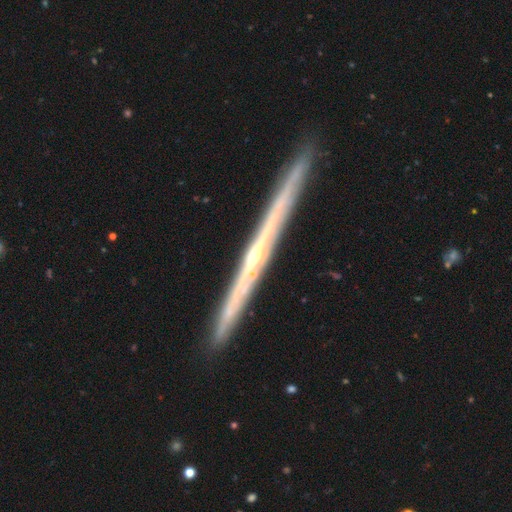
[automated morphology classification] A featured or disk galaxy (79%) viewed edge-on (98%) with no central bulge (55%).

Vote fractions:
- Smooth or featured? featured or disk: 79% / smooth: 15% / star or artifact: 6%
- Edge-on disk? yes: 98% / no: 2%
- Edge-on bulge? none: 55% / rounded: 41% / boxy: 4%
- Merging? none: 91% / minor disturbance: 6% / merger: 2% / major disturbance: 1%